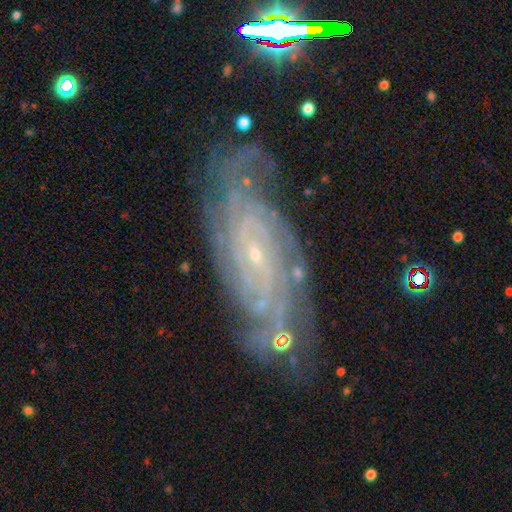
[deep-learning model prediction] Q: Smooth or featured?
A: featured or disk (86%); runner-up: star or artifact (8%)
Q: Edge-on disk?
A: no (93%); runner-up: yes (7%)
Q: Bar?
A: no (69%); runner-up: weak (24%)
Q: Spiral arms?
A: yes (97%); runner-up: no (3%)
Q: Spiral winding?
A: tight (74%); runner-up: medium (21%)
Q: Spiral arm count?
A: can't tell (31%); runner-up: 4 (21%)
Q: Bulge size?
A: small (88%); runner-up: moderate (8%)
Q: Merging?
A: none (74%); runner-up: minor disturbance (17%)